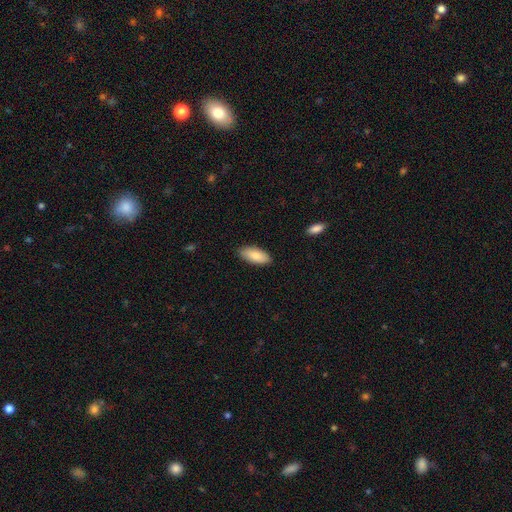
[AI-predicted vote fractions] This is clearly a smooth galaxy (84%). How rounded: clearly in between (84%). Merging: clearly none (88%).